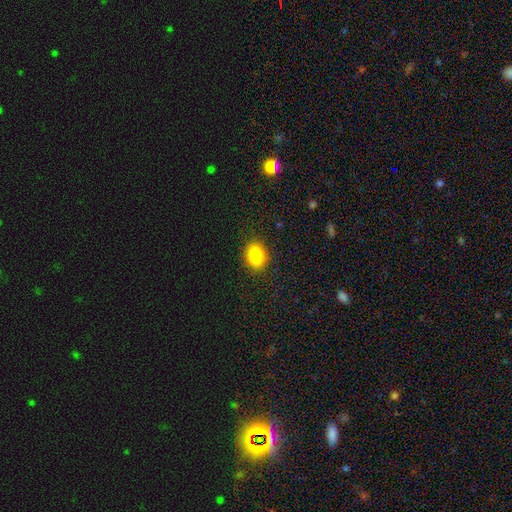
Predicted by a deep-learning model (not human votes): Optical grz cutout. It shows a smooth galaxy with no disk features (86%) that is in between round and cigar-shaped (55%). Merging: none (88%).